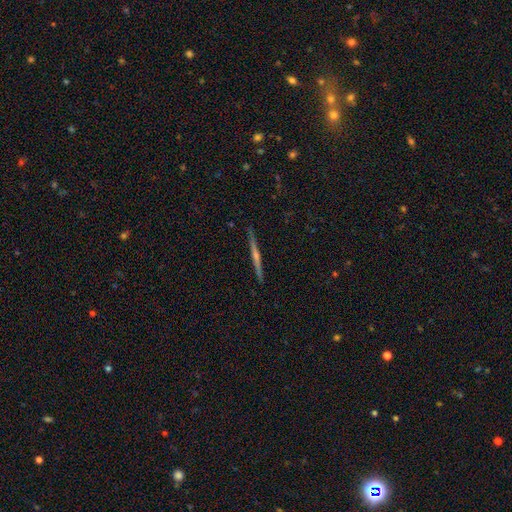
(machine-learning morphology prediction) Overall: featured or disk (76%). Edge-on disk: yes (98%). Edge-on bulge: rounded (66%; none 26%). Merging: none (92%).